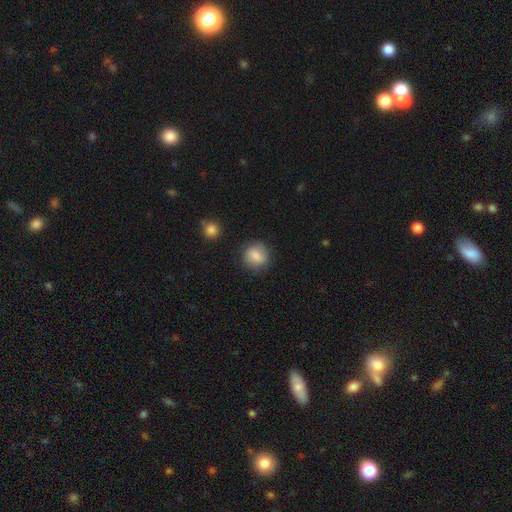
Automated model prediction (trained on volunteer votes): The model was most divided on "smooth or featured": smooth: 74%, featured or disk: 18%, star or artifact: 8%. More confident: merging — none (79%); how rounded — round (78%).